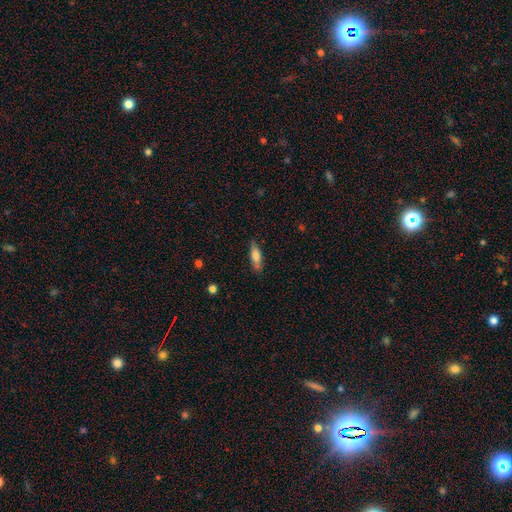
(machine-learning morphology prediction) Smooth or featured?
  - smooth: 67% *
  - featured or disk: 26%
  - star or artifact: 7%
How rounded?
  - cigar-shaped: 57% *
  - in between: 41%
  - round: 2%
Merging?
  - none: 81% *
  - minor disturbance: 14%
  - major disturbance: 3%
  - merger: 2%